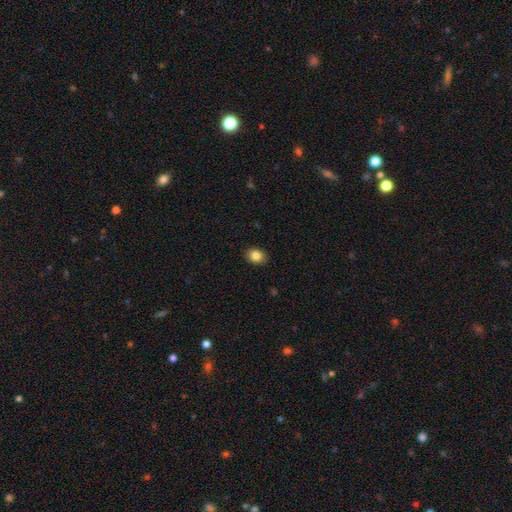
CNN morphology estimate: Smooth or featured: smooth — 84% (star or artifact — 10%)
How rounded: in between — 51% (round — 48%)
Merging: none — 90% (minor disturbance — 7%)